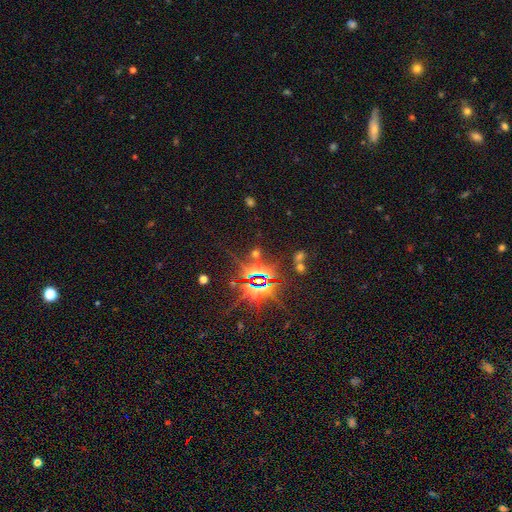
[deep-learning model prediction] This is clearly a star or artifact rather than a galaxy (83%).